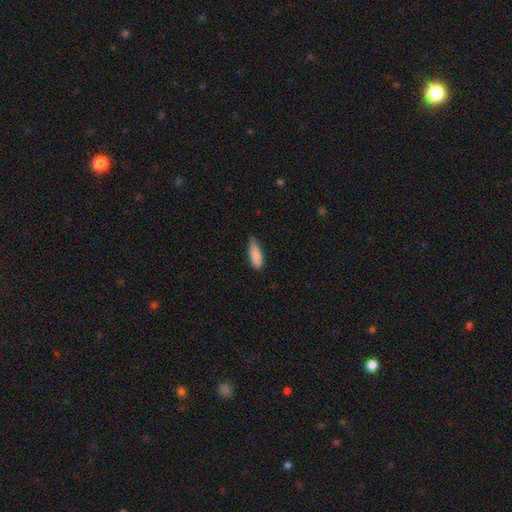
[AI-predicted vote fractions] Q: Smooth or featured?
A: smooth (86%); runner-up: featured or disk (8%)
Q: How rounded?
A: in between (54%); runner-up: cigar-shaped (45%)
Q: Merging?
A: none (69%); runner-up: minor disturbance (26%)